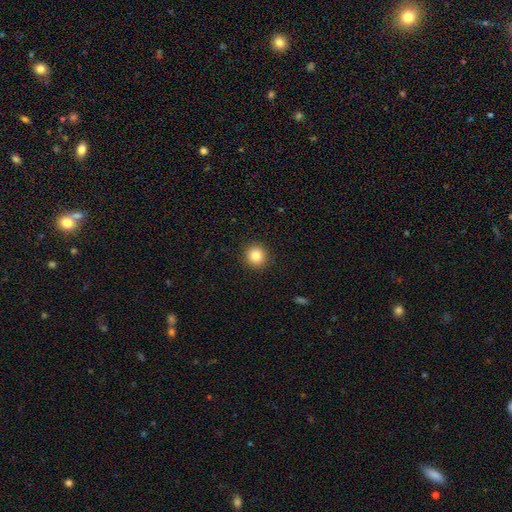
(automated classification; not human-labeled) The model was most divided on "smooth or featured": smooth: 84%, star or artifact: 10%, featured or disk: 6%. More confident: how rounded — round (92%); merging — none (92%).